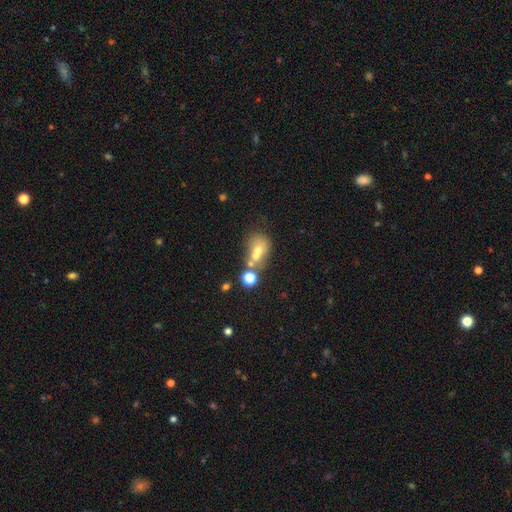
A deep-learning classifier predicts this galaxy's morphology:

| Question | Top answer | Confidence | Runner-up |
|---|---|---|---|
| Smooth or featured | smooth | 57% | featured or disk (27%) |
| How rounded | round | 54% | in between (45%) |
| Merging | merger | 53% | none (30%) |